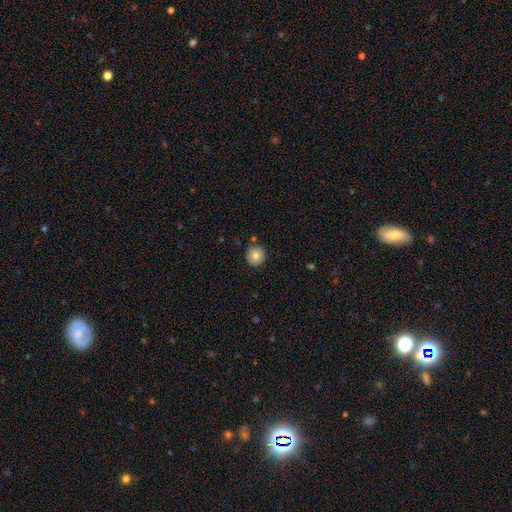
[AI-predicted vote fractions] Overall: smooth (80%). How rounded: round (94%). Merging: none (87%).